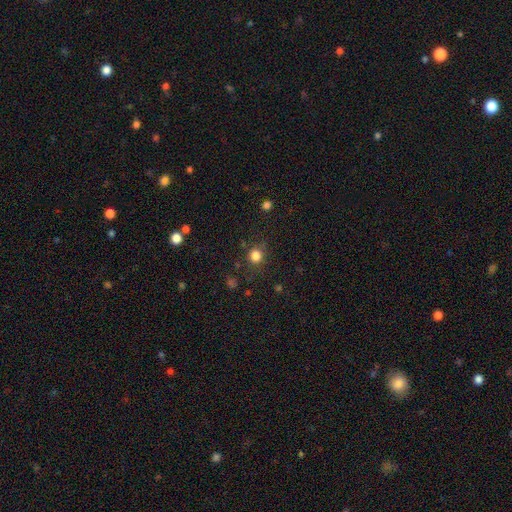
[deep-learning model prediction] Smooth or featured? Predicted: smooth (p=0.82). How rounded? Predicted: round (p=0.85). Merging? Predicted: none (p=0.81).